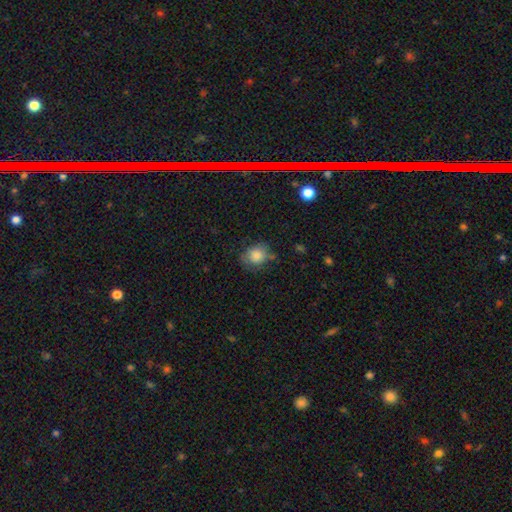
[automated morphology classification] This appears to be a smooth galaxy with no disk features (82%) that is round (71%). Merging: none (68%).